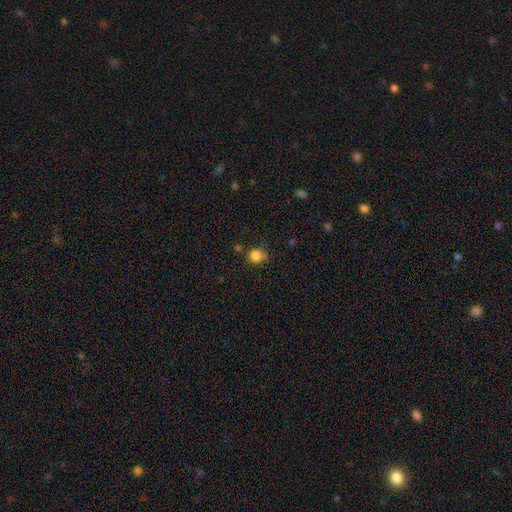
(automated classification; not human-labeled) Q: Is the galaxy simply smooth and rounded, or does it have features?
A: smooth — 82%.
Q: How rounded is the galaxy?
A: round — 84%.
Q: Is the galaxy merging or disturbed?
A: none — 64%.